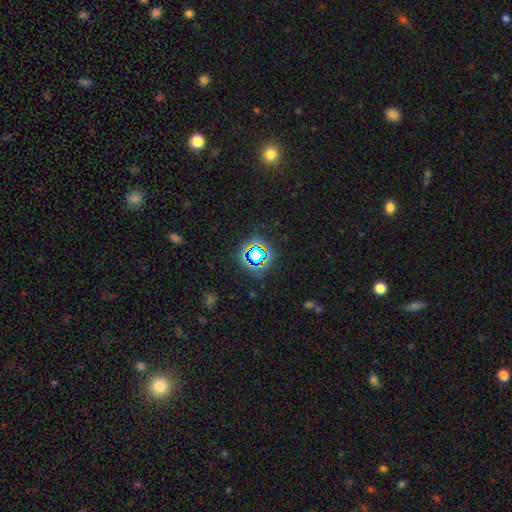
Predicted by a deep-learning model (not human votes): star or artifact 68%, smooth 21%, featured or disk 11%.